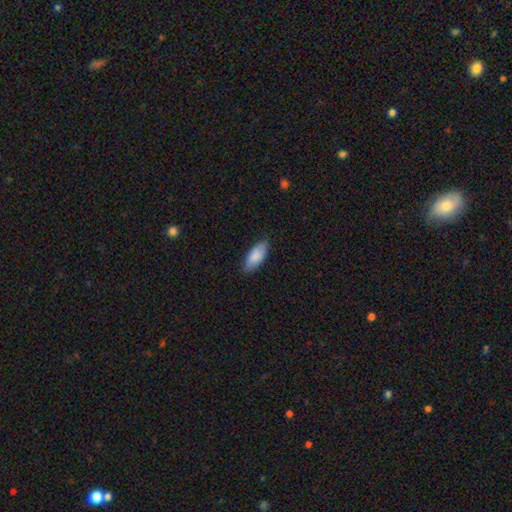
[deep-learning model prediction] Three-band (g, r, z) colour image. It shows a smooth galaxy with no disk features (85%) that is in between round and cigar-shaped (83%). Merging: none (82%).